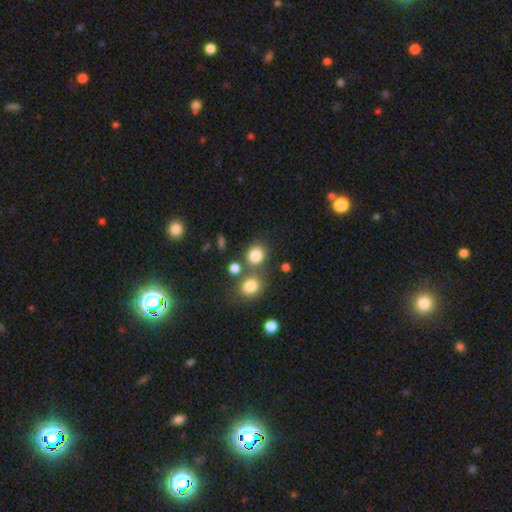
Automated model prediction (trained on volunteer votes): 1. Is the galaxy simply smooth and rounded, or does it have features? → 81% smooth, 13% star or artifact, 7% featured or disk.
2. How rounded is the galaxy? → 76% round, 23% in between, 1% cigar-shaped.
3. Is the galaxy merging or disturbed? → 66% none, 20% merger, 10% minor disturbance, 4% major disturbance.